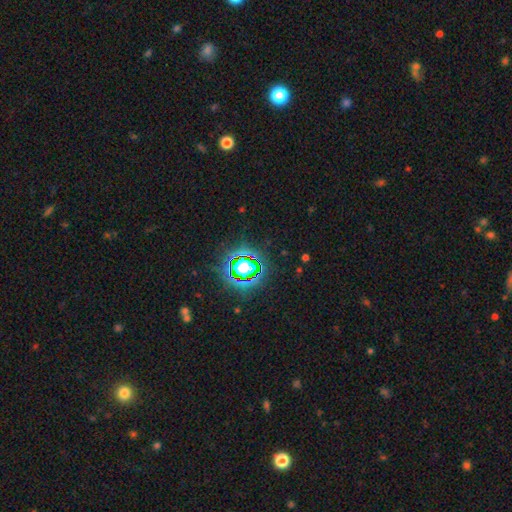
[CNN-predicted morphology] star or artifact 81%, smooth 12%, featured or disk 7%.